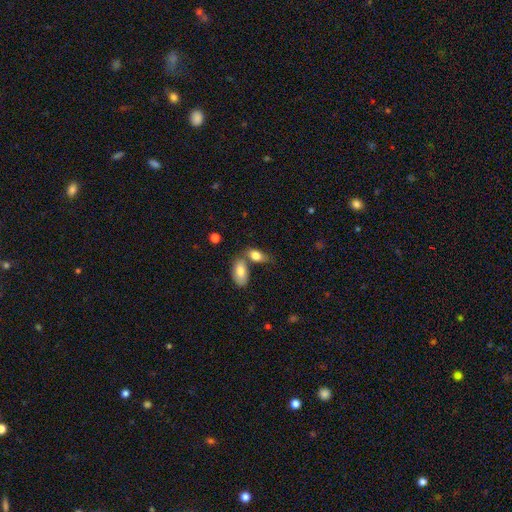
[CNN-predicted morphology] This appears to be a smooth galaxy with no disk features (80%) that is in between round and cigar-shaped (87%). Merging: none (43%).